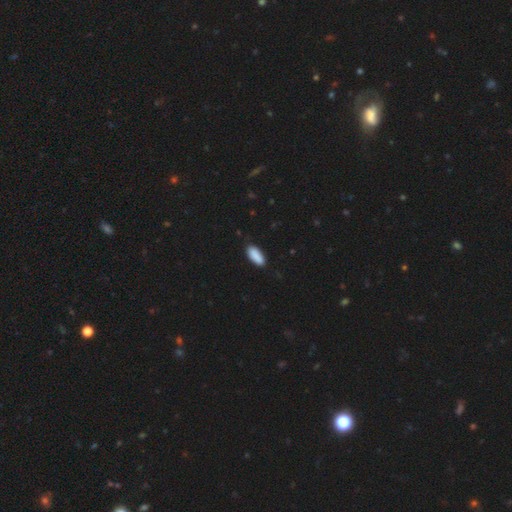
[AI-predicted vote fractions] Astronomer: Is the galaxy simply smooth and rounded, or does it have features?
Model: smooth — 90%.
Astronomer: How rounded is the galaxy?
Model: in between — 83%.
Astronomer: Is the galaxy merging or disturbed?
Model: none — 85%.